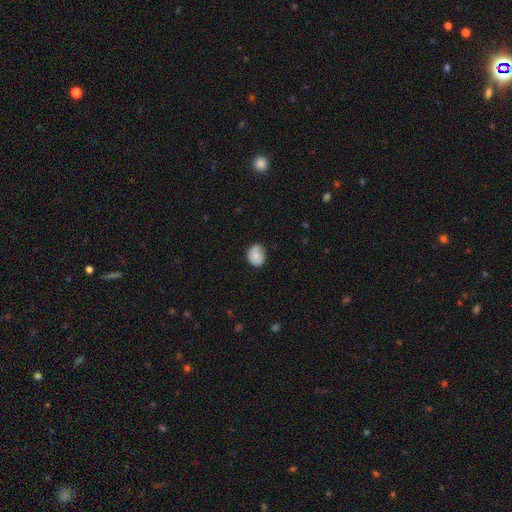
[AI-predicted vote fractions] Q: Smooth or featured?
A: smooth (69%); runner-up: featured or disk (24%)
Q: How rounded?
A: round (60%); runner-up: in between (40%)
Q: Merging?
A: none (64%); runner-up: minor disturbance (29%)